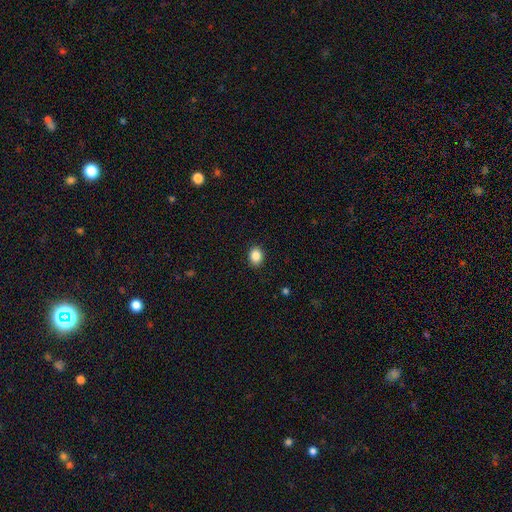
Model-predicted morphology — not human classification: Q: Smooth or featured?
A: smooth (87%); runner-up: star or artifact (9%)
Q: How rounded?
A: round (50%); runner-up: in between (49%)
Q: Merging?
A: none (91%); runner-up: minor disturbance (6%)